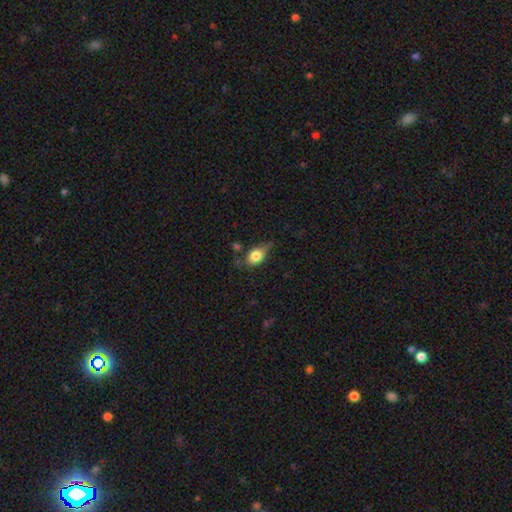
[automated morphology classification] Smooth or featured? Predicted: smooth (p=0.76). How rounded? Predicted: in between (p=0.73). Merging? Predicted: none (p=0.50).